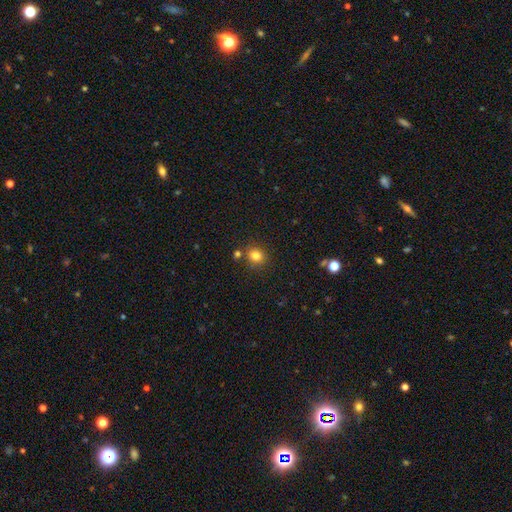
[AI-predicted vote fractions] Smooth or featured? smooth (81%)
How rounded? round (78%)
Merging? none (80%)